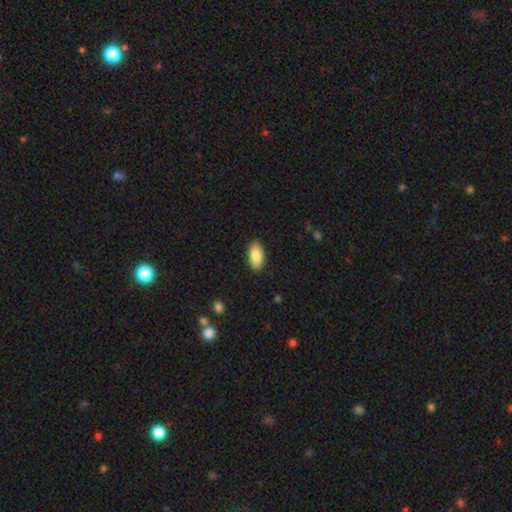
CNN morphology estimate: This is clearly a smooth galaxy (87%). How rounded: clearly in between (93%). Merging: clearly none (89%).